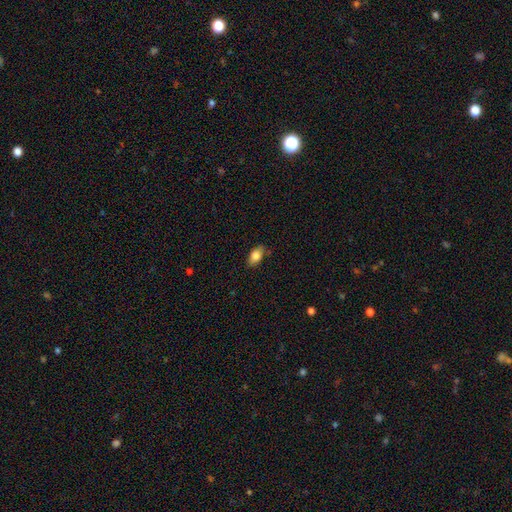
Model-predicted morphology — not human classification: Smooth or featured? smooth (81%)
How rounded? in between (89%)
Merging? none (83%)